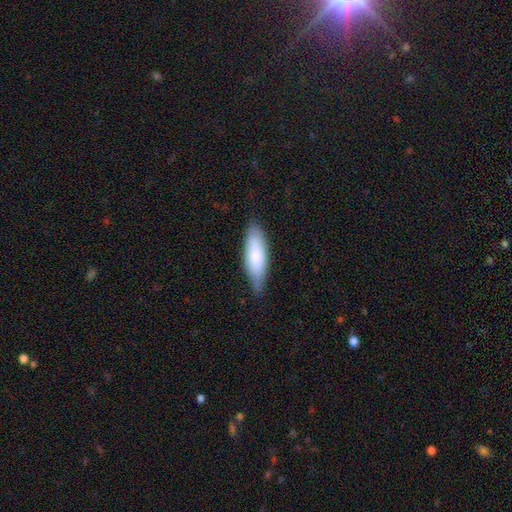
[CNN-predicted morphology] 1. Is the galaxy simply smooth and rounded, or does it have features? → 80% smooth, 15% featured or disk, 6% star or artifact.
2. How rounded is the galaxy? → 57% in between, 42% cigar-shaped, 2% round.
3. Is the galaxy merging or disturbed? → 74% none, 21% minor disturbance, 3% major disturbance, 1% merger.